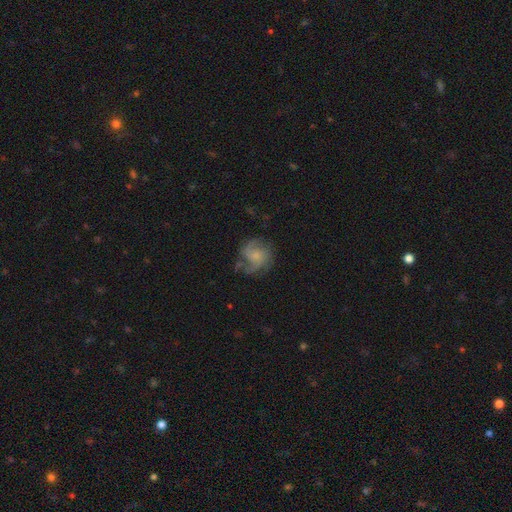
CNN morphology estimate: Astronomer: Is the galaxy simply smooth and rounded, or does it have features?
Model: featured or disk — 67%.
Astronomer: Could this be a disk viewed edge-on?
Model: no — 98%.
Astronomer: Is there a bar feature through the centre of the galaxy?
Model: no — 71%.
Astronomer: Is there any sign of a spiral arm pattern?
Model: yes — 89%.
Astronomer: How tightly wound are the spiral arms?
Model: medium — 46% (runner-up: tight, 31%).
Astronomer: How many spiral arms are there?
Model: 2 — 33% (runner-up: 3, 28%).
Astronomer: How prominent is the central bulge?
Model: small — 44% (runner-up: moderate, 29%).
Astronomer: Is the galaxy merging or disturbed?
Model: none — 59%.